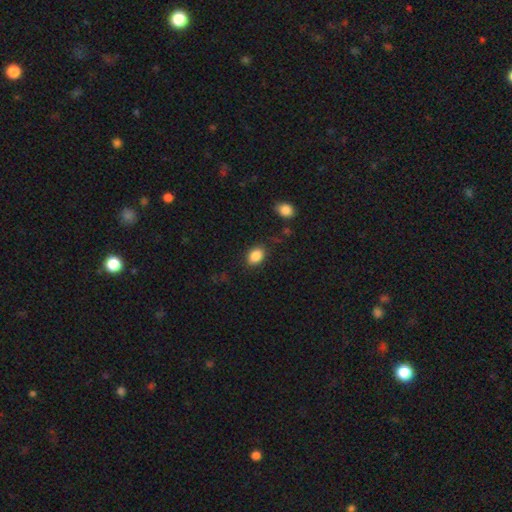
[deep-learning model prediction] Morphology: type=smooth (86%); roundness=in between (74%); merging=none (83%).